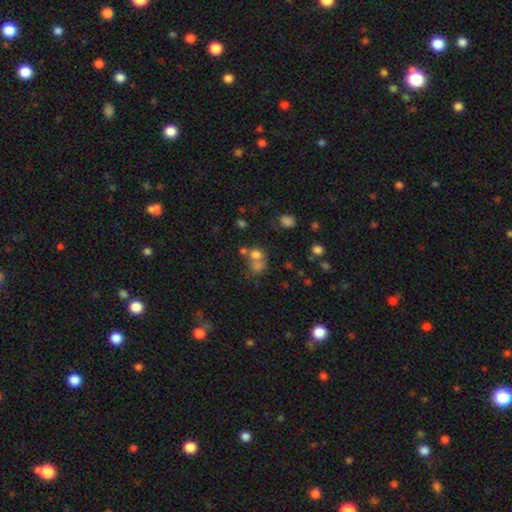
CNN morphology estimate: type=smooth (68%); roundness=round (68%); merging=merger (50%).